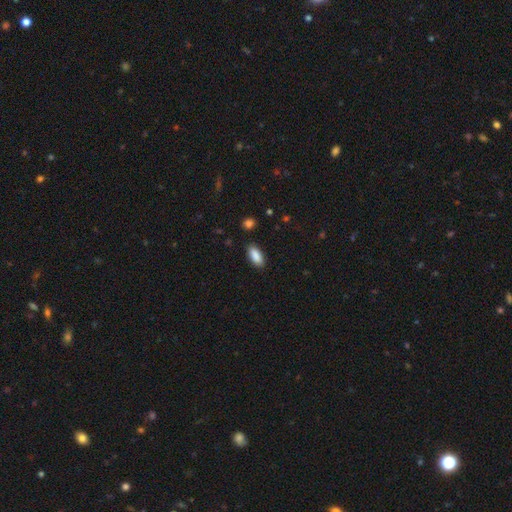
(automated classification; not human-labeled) A smooth galaxy with no disk features (89%) that is in between round and cigar-shaped (85%). Merging: none (87%).